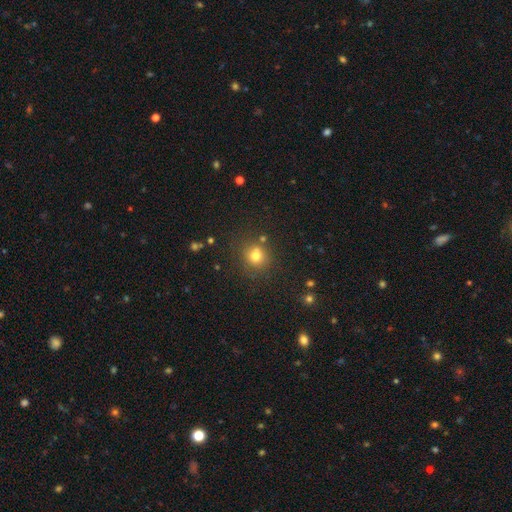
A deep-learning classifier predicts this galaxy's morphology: A smooth galaxy with no disk features (76%) that is round (84%). Merging: none (73%).